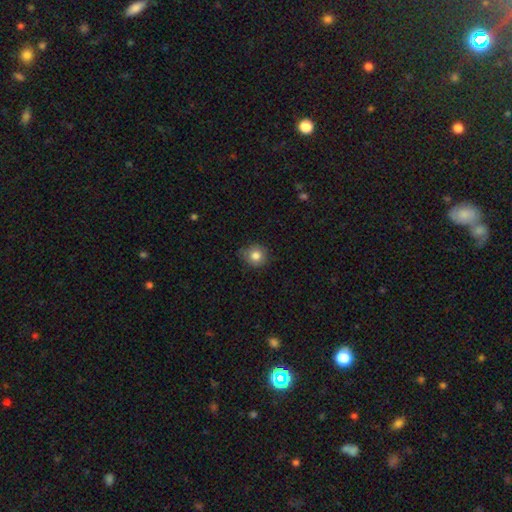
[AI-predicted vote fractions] smooth_or_featured: smooth (p=0.82) [alt: star or artifact p=0.11]
how_rounded: round (p=0.88) [alt: in between p=0.11]
merging: none (p=0.77) [alt: minor disturbance p=0.18]